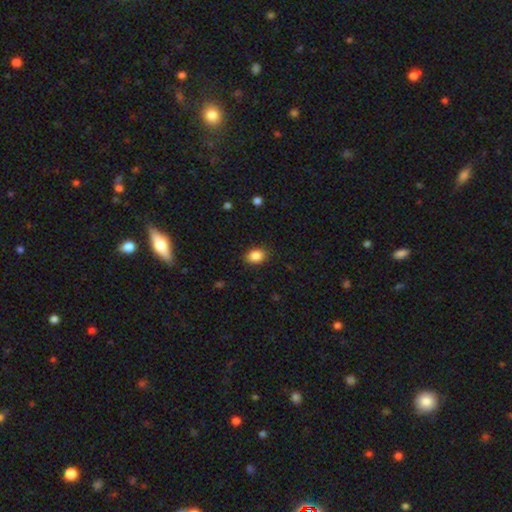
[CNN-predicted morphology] type=smooth (87%); roundness=in between (69%); merging=none (86%).